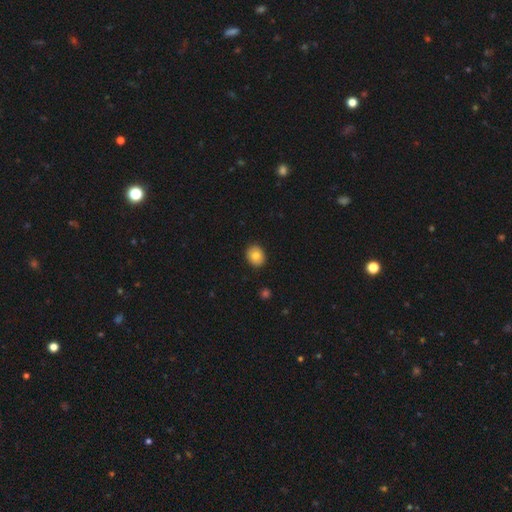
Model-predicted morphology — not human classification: smooth_or_featured: smooth (p=0.79) [alt: featured or disk p=0.13]
how_rounded: round (p=0.67) [alt: in between p=0.32]
merging: none (p=0.90) [alt: minor disturbance p=0.08]